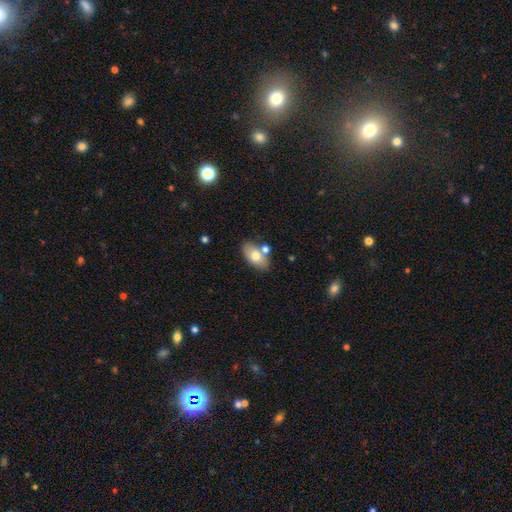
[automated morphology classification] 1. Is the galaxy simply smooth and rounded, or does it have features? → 71% smooth, 22% featured or disk, 7% star or artifact.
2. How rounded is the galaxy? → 90% in between, 7% round, 3% cigar-shaped.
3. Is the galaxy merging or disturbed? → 67% none, 17% merger, 13% minor disturbance, 3% major disturbance.